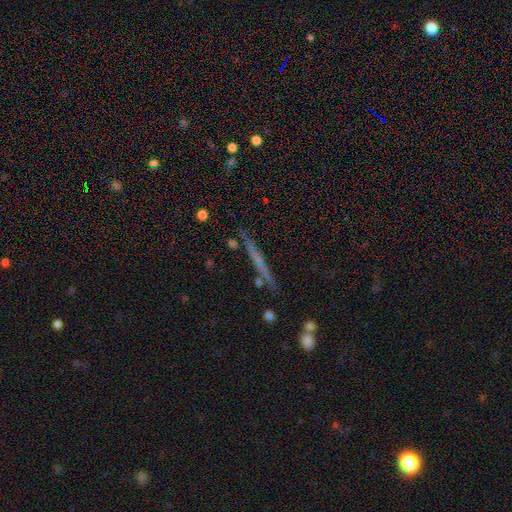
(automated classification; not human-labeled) This is possibly a featured or disk galaxy (46%). Merging: clearly none (84%).